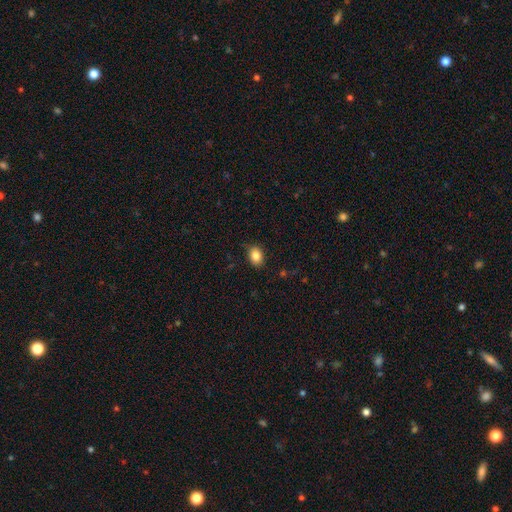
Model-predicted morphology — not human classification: Overall: smooth (86%). How rounded: in between (75%). Merging: none (84%).